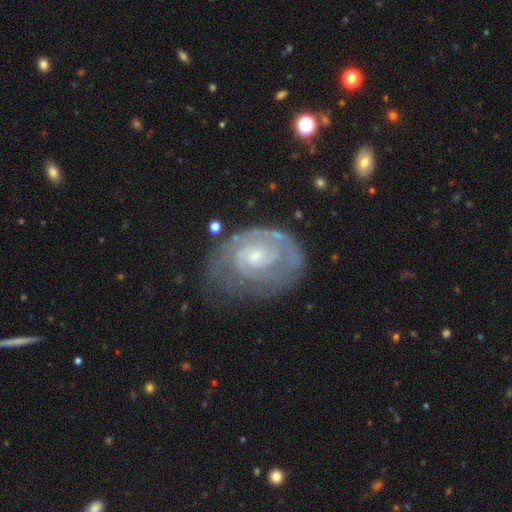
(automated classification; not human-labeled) A featured or disk galaxy (85%) with no bar (64%), 2 (40%) tight (68%) spiral arms (94%) and a small central bulge (64%). Merging: none (64%).